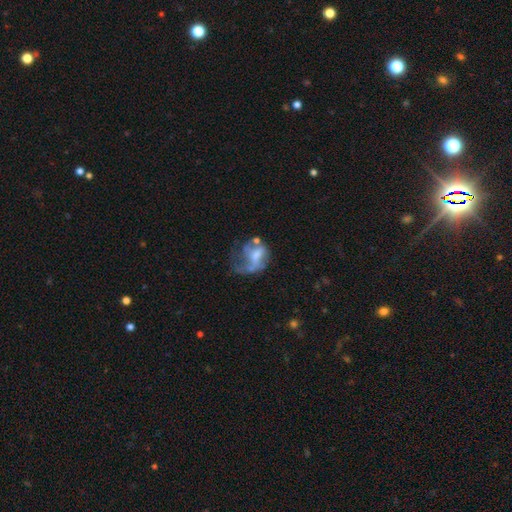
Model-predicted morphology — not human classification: type=featured or disk (56%); edge-on=no (97%); bar=no (58%); spiral arms=no (52%); bulge=moderate (35%); merging=major disturbance (46%).